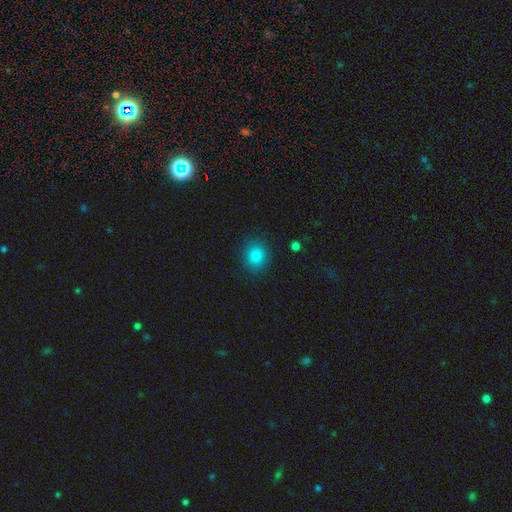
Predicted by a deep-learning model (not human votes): A smooth galaxy with no disk features (86%) that is round (75%). Merging: none (86%).